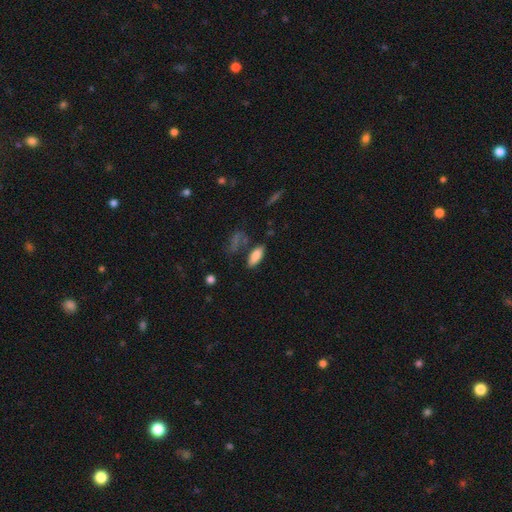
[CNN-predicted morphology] Smooth or featured? smooth (84%)
How rounded? in between (78%)
Merging? none (69%)